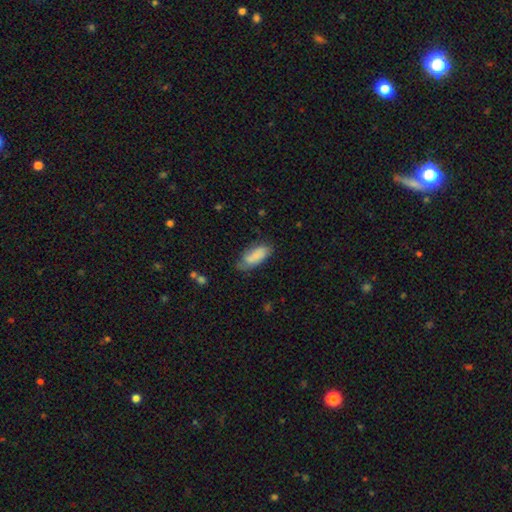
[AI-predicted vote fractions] A smooth galaxy with no disk features (67%) that is in between round and cigar-shaped (85%).

Vote fractions:
- Smooth or featured? smooth: 67% / featured or disk: 26% / star or artifact: 7%
- How rounded? in between: 85% / cigar-shaped: 13% / round: 2%
- Merging? none: 56% / minor disturbance: 30% / major disturbance: 10% / merger: 4%